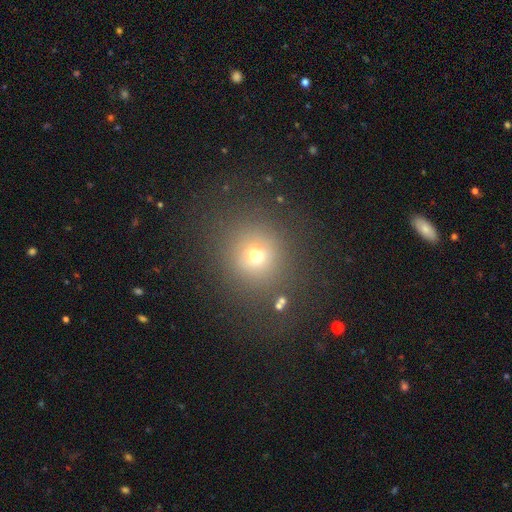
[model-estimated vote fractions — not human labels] Smooth or featured? Predicted: smooth (p=0.66). How rounded? Predicted: round (p=0.88). Merging? Predicted: none (p=0.79).